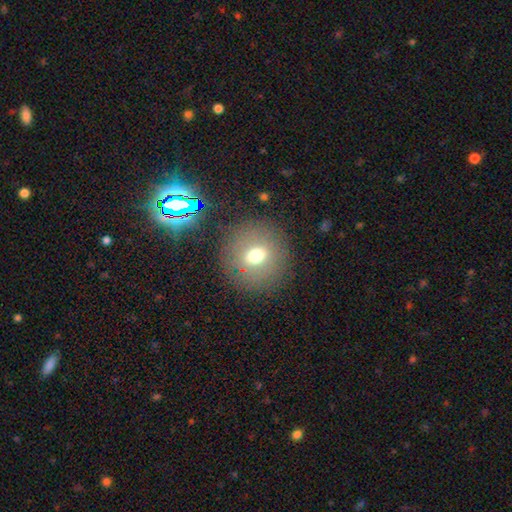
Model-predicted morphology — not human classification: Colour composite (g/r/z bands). It shows a smooth galaxy with no disk features (62%) that is round (87%). Merging: none (84%).